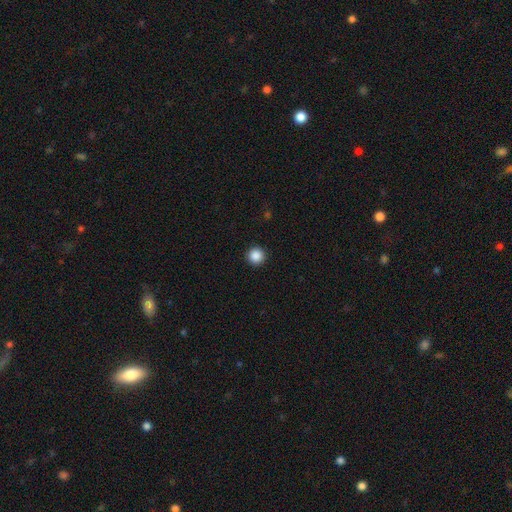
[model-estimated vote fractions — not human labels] This appears to be a smooth galaxy with no disk features (88%) that is round (96%). Merging: none (93%).